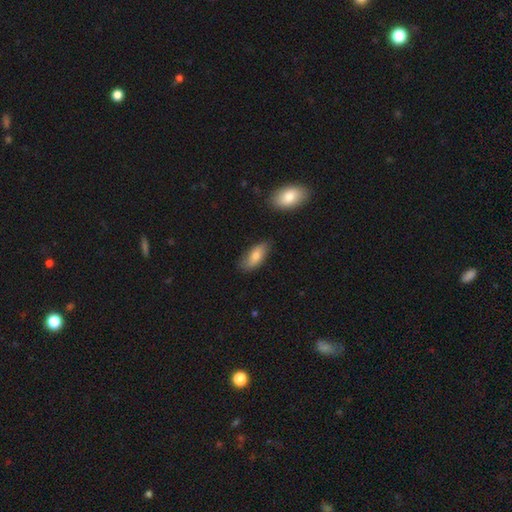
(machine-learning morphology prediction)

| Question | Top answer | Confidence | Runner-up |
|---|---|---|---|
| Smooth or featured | smooth | 69% | featured or disk (24%) |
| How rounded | in between | 83% | cigar-shaped (14%) |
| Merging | none | 76% | minor disturbance (19%) |